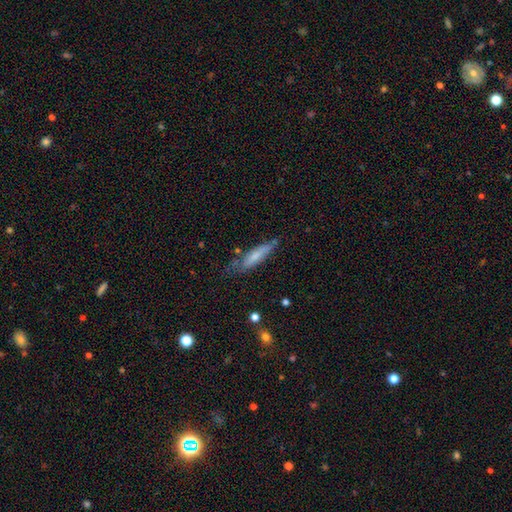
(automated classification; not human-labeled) smooth-or-featured: smooth: 59% | featured or disk: 34% | star or artifact: 7%
  how-rounded: cigar-shaped: 78% | in between: 20% | round: 2%
  merging: none: 61% | minor disturbance: 27% | major disturbance: 8% | merger: 4%